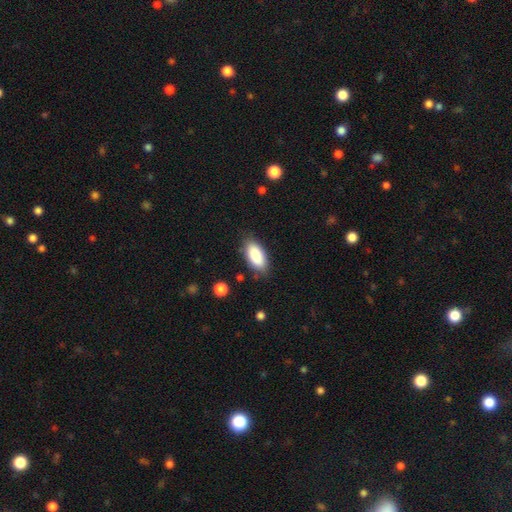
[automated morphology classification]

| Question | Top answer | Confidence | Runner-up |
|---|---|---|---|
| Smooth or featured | smooth | 88% | star or artifact (6%) |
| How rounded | in between | 92% | cigar-shaped (6%) |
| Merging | none | 82% | minor disturbance (14%) |